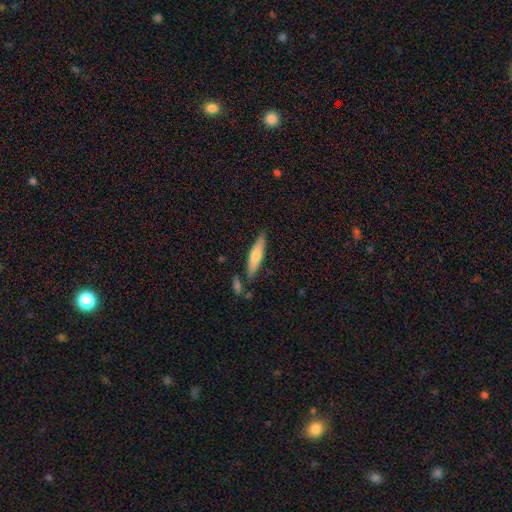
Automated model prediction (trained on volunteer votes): Smooth or featured?
  - smooth: 63% *
  - featured or disk: 31%
  - star or artifact: 6%
How rounded?
  - cigar-shaped: 79% *
  - in between: 19%
  - round: 2%
Merging?
  - none: 79% *
  - minor disturbance: 13%
  - merger: 6%
  - major disturbance: 3%